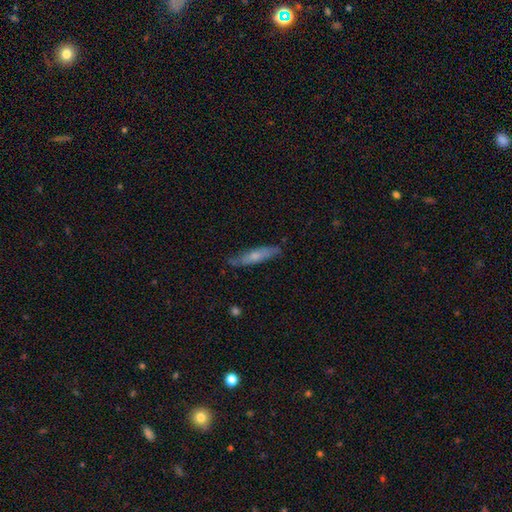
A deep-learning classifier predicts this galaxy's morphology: Overall: smooth (53%; featured or disk 41%). How rounded: cigar-shaped (83%). Merging: none (78%).